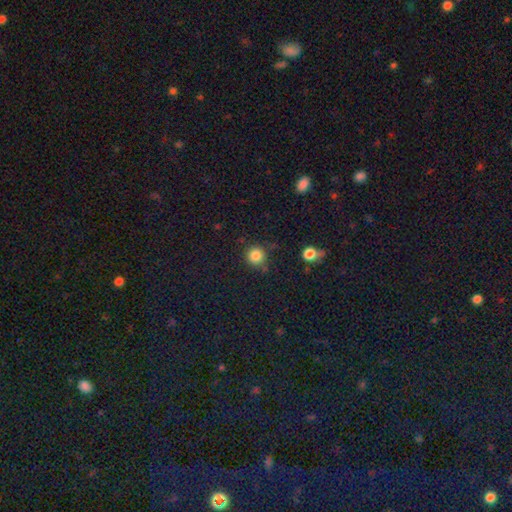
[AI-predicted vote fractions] Morphology: type=smooth (84%); roundness=round (92%); merging=none (80%).